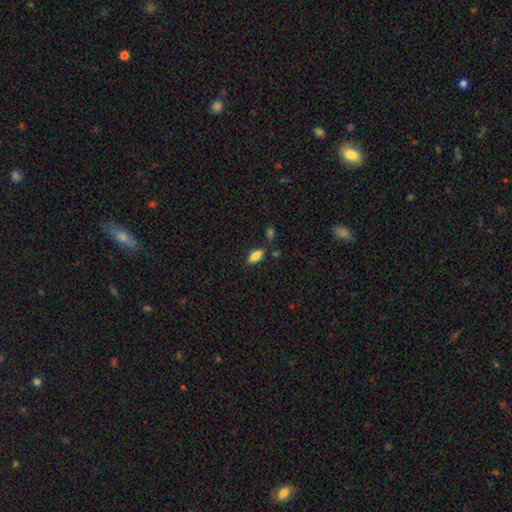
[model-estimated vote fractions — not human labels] smooth-or-featured: smooth: 79% | featured or disk: 12% | star or artifact: 8%
  how-rounded: in between: 84% | cigar-shaped: 13% | round: 3%
  merging: none: 73% | minor disturbance: 14% | merger: 9% | major disturbance: 4%